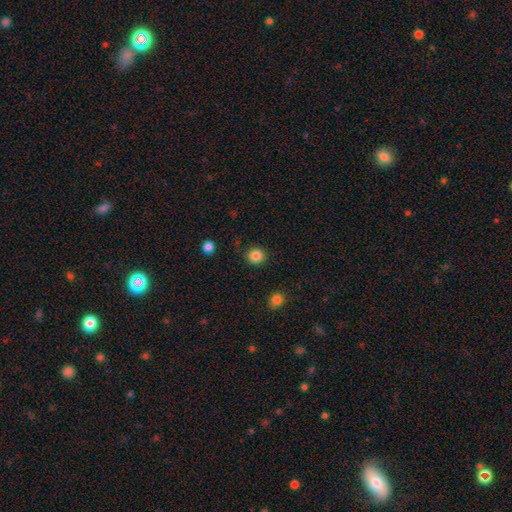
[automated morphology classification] This appears to be a smooth galaxy with no disk features (85%) that is round (89%). Merging: none (90%).